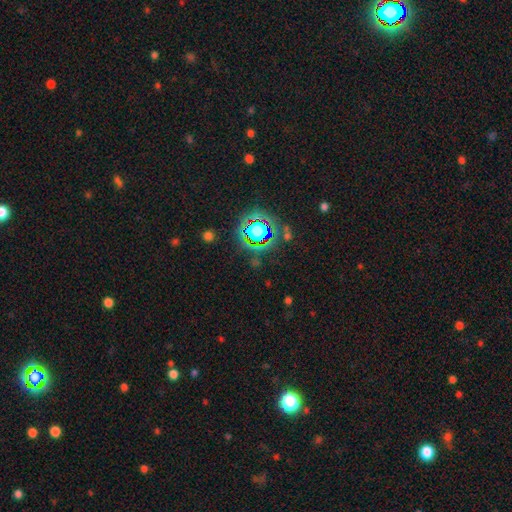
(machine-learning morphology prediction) A star or artifact, not a galaxy (79%).